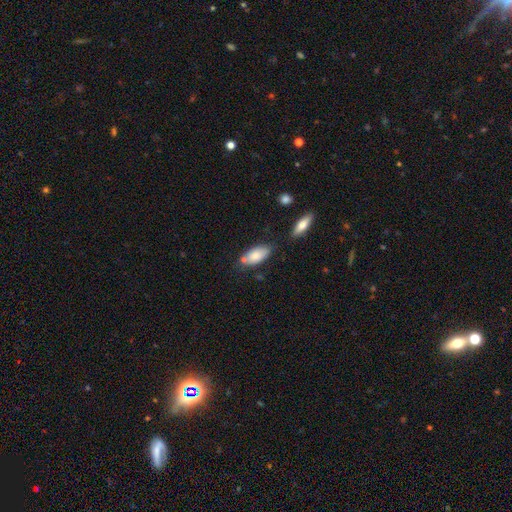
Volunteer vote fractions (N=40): Smooth or featured?
  - smooth: 85% *
  - featured or disk: 8%
  - star or artifact: 8%
How rounded?
  - in between: 94% *
  - cigar-shaped: 6%
  - round: 0%
Merging?
  - none: 62% *
  - merger: 22%
  - minor disturbance: 14%
  - major disturbance: 3%